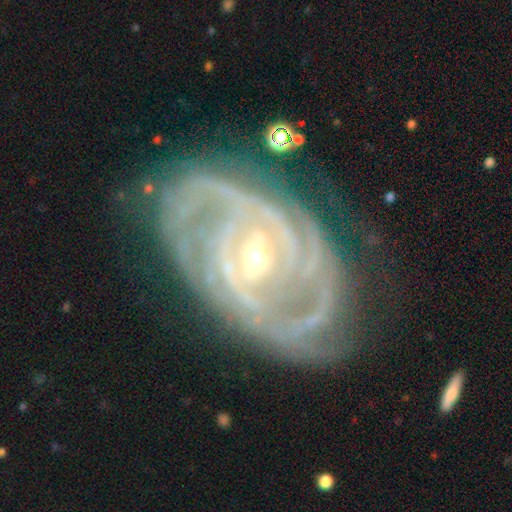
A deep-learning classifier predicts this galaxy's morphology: This is clearly a featured or disk galaxy (92%). It is clearly not viewed edge-on (96%). Bar: marginally no (39%, tied with weak). Spiral arm pattern: clearly yes (98%). Spiral arm count: marginally 2 (31%). Spiral winding: likely tight (70%). Central bulge: likely small (63%). Merging: likely none (72%).